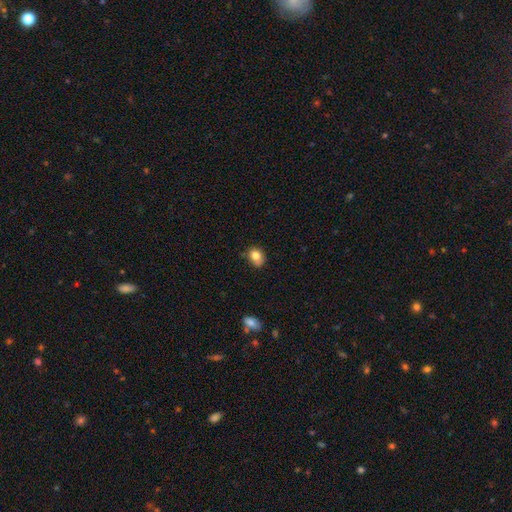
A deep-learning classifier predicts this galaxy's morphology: Smooth or featured? Predicted: smooth (p=0.82). How rounded? Predicted: in between (p=0.60). Merging? Predicted: none (p=0.61).